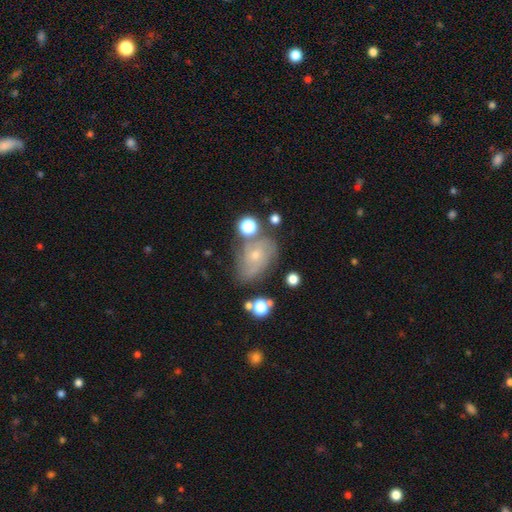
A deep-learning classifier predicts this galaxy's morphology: Smooth or featured: featured or disk — 60% (smooth — 26%)
Edge-on disk: no — 96% (yes — 4%)
Bar: no — 76% (weak — 21%)
Spiral arms: yes — 84% (no — 16%)
Bulge size: small — 73% (moderate — 23%)
Merging: none — 61% (minor disturbance — 21%)